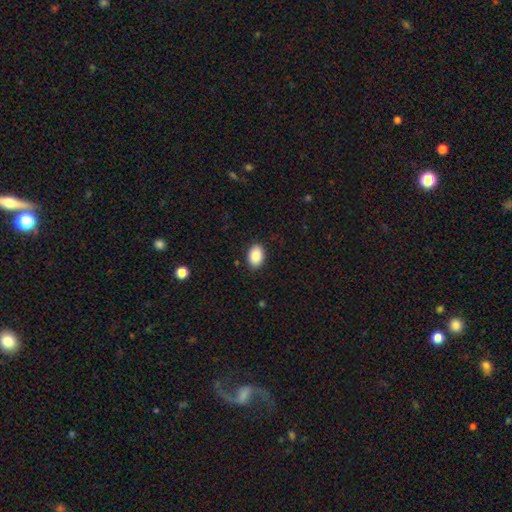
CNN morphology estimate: Q: Smooth or featured?
A: smooth (89%); runner-up: star or artifact (7%)
Q: How rounded?
A: in between (87%); runner-up: round (12%)
Q: Merging?
A: none (88%); runner-up: minor disturbance (9%)